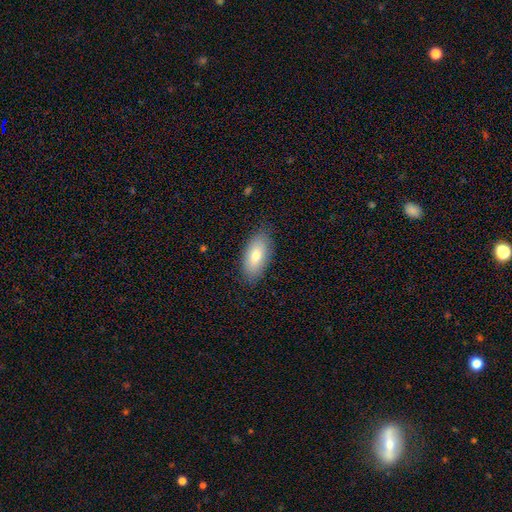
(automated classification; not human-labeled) This is likely a smooth galaxy (76%). How rounded: clearly in between (90%). Merging: clearly none (85%).